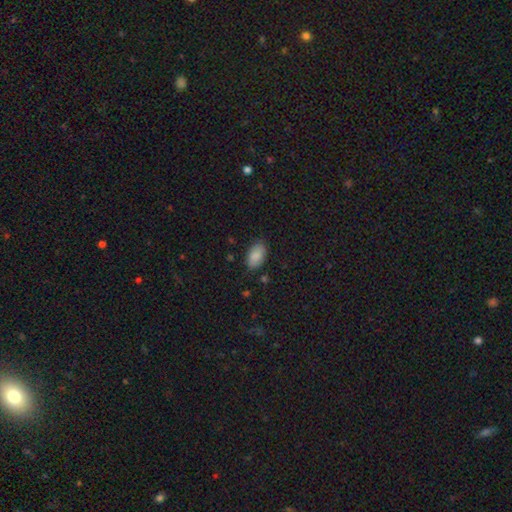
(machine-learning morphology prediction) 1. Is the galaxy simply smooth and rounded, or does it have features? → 88% smooth, 7% star or artifact, 5% featured or disk.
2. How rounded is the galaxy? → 94% in between, 5% round, 2% cigar-shaped.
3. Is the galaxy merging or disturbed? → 82% none, 13% minor disturbance, 3% major disturbance, 1% merger.